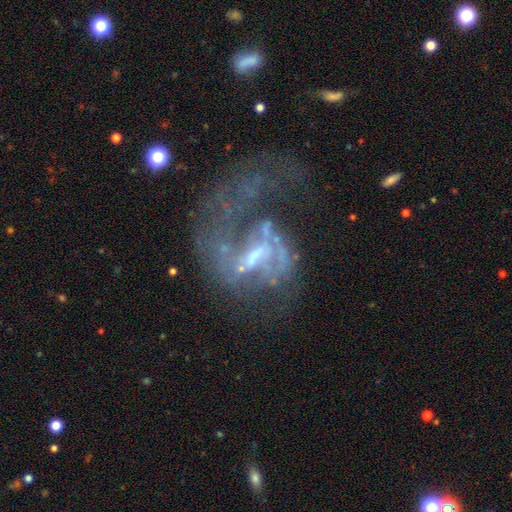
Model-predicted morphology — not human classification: Smooth or featured: featured or disk — 78% (star or artifact — 12%)
Edge-on disk: no — 97% (yes — 3%)
Bar: weak — 44% (no — 29%)
Spiral arms: yes — 66% (no — 34%)
Bulge size: moderate — 35% (small — 34%)
Merging: major disturbance — 54% (none — 20%)